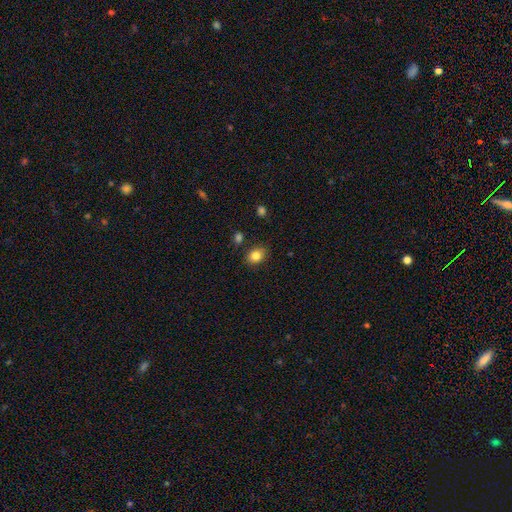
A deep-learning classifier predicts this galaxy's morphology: Overall: smooth (83%). How rounded: in between (58%; round 41%). Merging: none (84%).